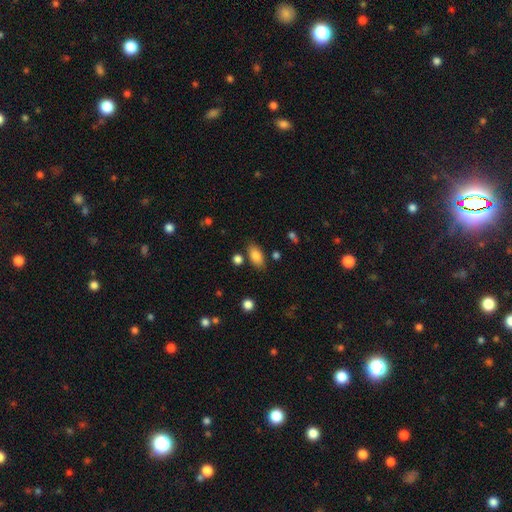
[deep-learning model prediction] Morphology: type=smooth (84%); roundness=in between (90%); merging=none (80%).